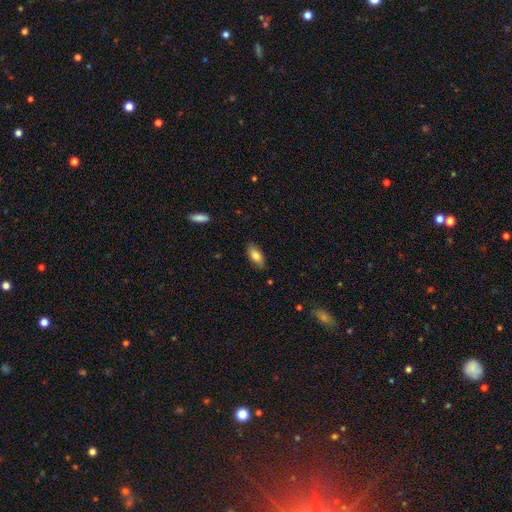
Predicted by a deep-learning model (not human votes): Smooth or featured?
  - smooth: 81% *
  - featured or disk: 13%
  - star or artifact: 7%
How rounded?
  - in between: 85% *
  - cigar-shaped: 12%
  - round: 3%
Merging?
  - none: 82% *
  - minor disturbance: 14%
  - major disturbance: 3%
  - merger: 1%